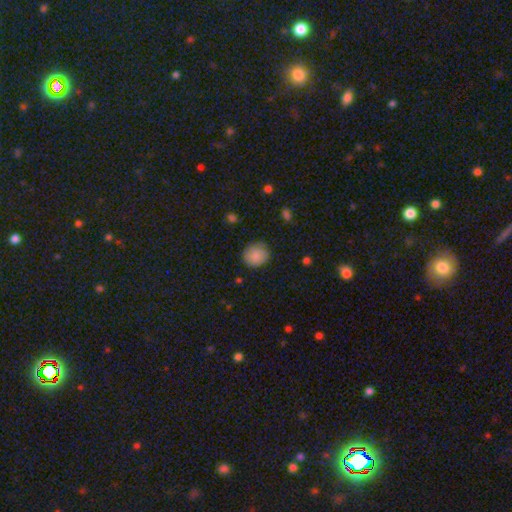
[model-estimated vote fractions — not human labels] smooth 85%, star or artifact 7%, featured or disk 7%. Down the decision tree: how rounded — round (82%); merging — none (80%).